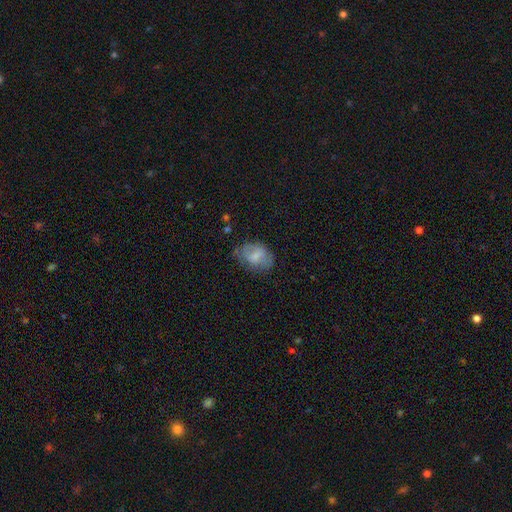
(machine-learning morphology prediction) Smooth or featured: smooth — 62% (featured or disk — 30%)
How rounded: in between — 74% (round — 25%)
Merging: none — 57% (minor disturbance — 28%)